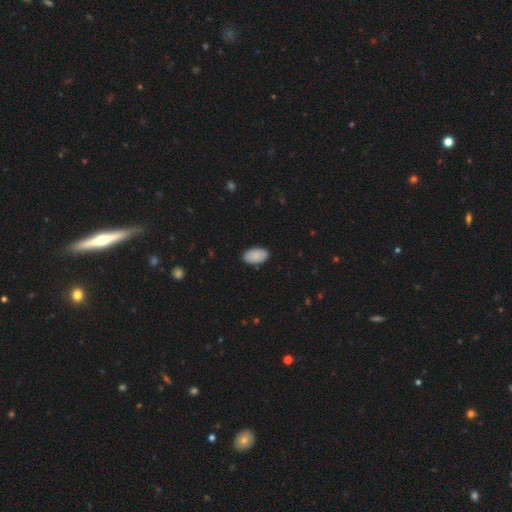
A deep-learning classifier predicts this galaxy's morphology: Smooth or featured? smooth (88%)
How rounded? in between (95%)
Merging? none (89%)